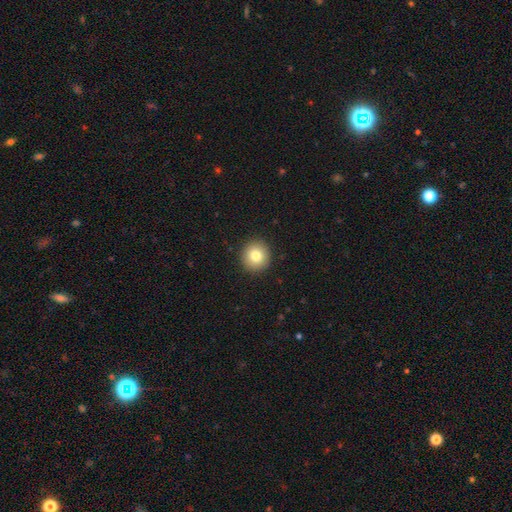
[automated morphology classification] smooth 80%, featured or disk 10%, star or artifact 10%. Down the decision tree: how rounded — round (92%); merging — none (92%).